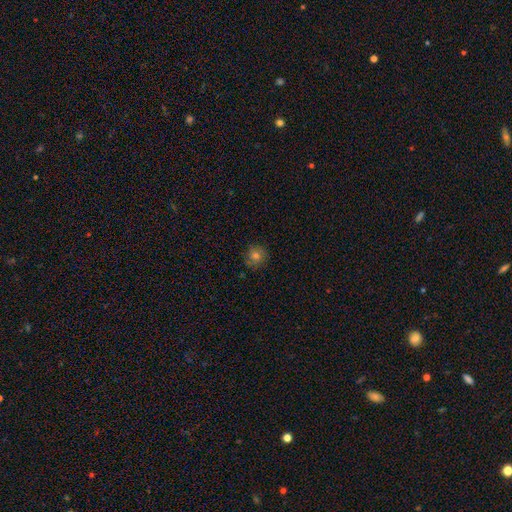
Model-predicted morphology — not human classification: Q: Smooth or featured?
A: smooth (74%); runner-up: star or artifact (16%)
Q: How rounded?
A: round (91%); runner-up: in between (8%)
Q: Merging?
A: none (85%); runner-up: minor disturbance (11%)